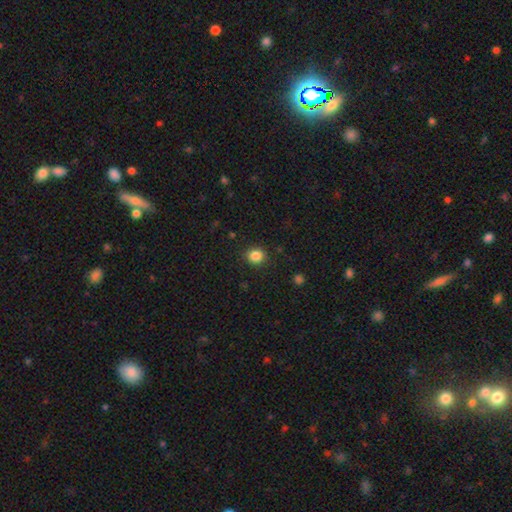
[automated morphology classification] smooth_or_featured: smooth (p=0.85) [alt: star or artifact p=0.11]
how_rounded: round (p=0.84) [alt: in between p=0.15]
merging: none (p=0.90) [alt: minor disturbance p=0.07]